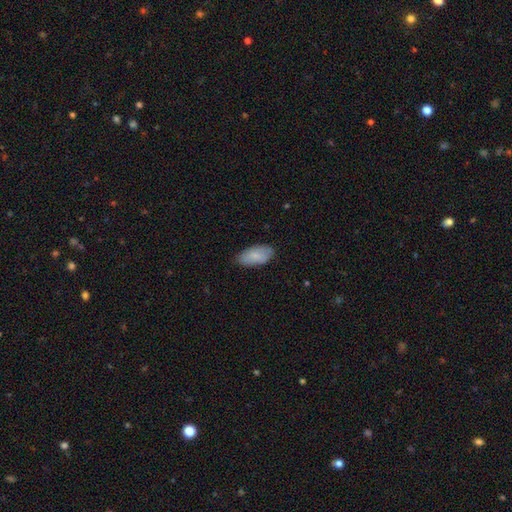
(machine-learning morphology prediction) Smooth or featured? smooth (81%)
How rounded? in between (93%)
Merging? none (79%)